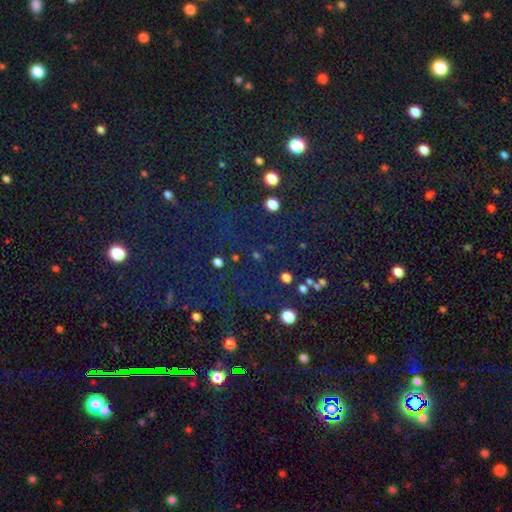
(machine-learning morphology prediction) smooth-or-featured: star or artifact: 77% | smooth: 15% | featured or disk: 8%